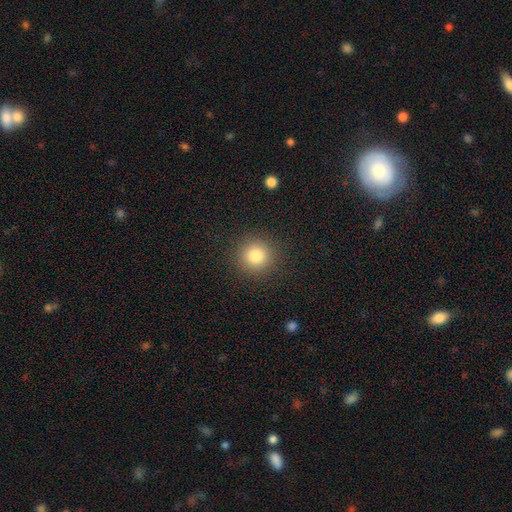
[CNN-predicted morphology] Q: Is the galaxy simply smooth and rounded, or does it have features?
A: smooth — 82%.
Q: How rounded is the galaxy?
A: round — 94%.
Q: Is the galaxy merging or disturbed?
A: none — 90%.